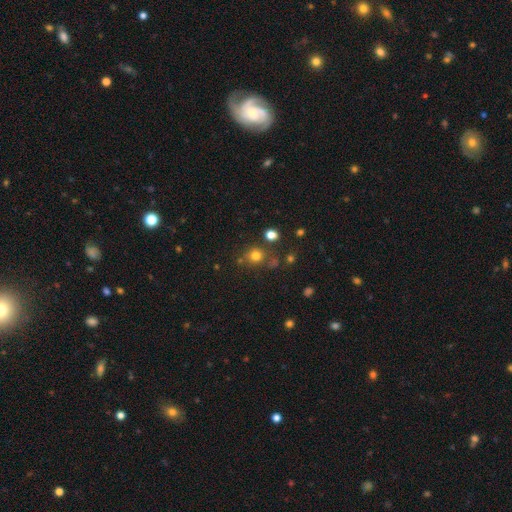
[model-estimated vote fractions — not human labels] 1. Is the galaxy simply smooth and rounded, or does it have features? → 74% smooth, 18% star or artifact, 8% featured or disk.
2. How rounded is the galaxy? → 83% round, 16% in between, 1% cigar-shaped.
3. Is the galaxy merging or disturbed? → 69% none, 13% minor disturbance, 12% merger, 6% major disturbance.